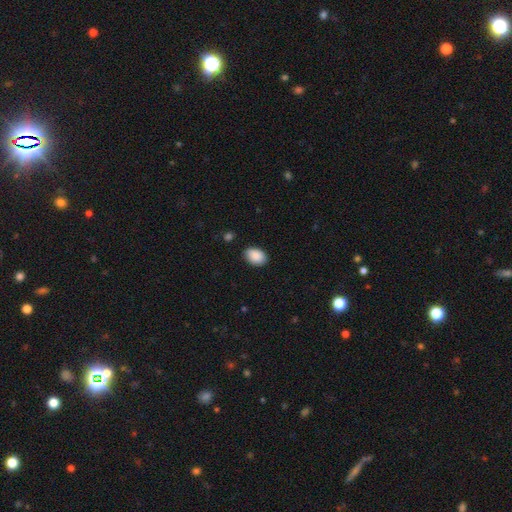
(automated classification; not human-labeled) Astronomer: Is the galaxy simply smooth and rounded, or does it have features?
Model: smooth — 90%.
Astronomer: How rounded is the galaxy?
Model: in between — 86%.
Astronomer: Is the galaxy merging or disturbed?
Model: none — 87%.